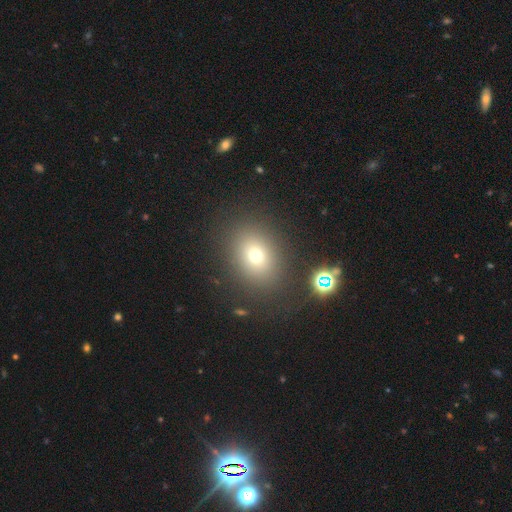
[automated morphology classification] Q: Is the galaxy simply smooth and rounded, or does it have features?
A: smooth — 71%.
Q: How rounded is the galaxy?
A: round — 54%.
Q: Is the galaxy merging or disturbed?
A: none — 84%.